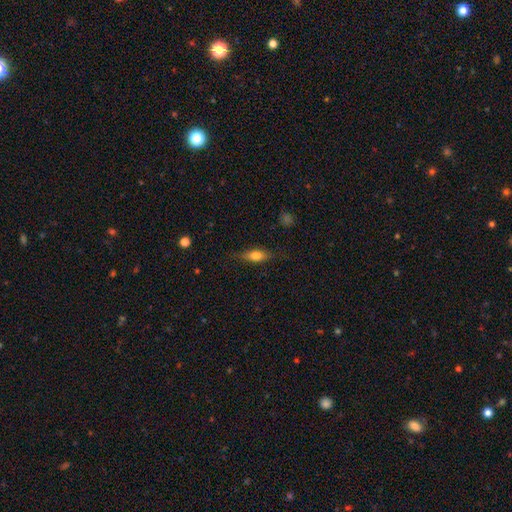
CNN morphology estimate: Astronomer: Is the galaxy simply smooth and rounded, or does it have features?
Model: smooth — 64%.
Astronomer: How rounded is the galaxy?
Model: in between — 61%.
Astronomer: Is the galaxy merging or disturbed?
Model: none — 78%.